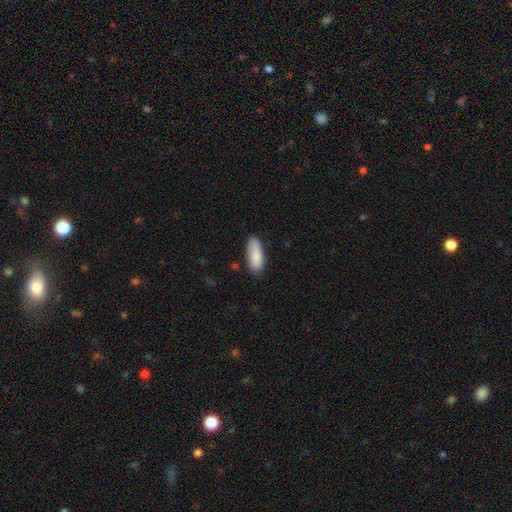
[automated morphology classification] smooth 87%, featured or disk 7%, star or artifact 6%. Down the decision tree: how rounded — in between (76%); merging — none (77%).